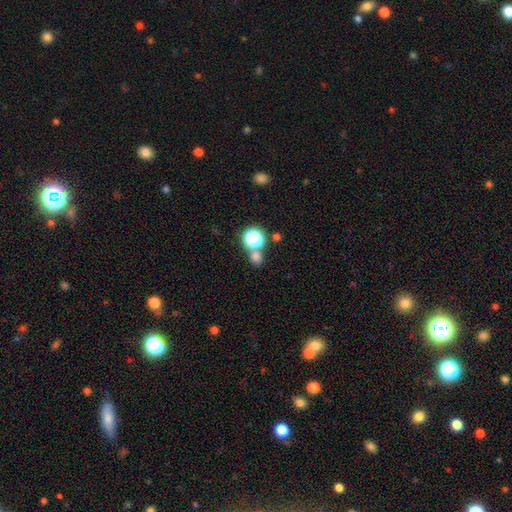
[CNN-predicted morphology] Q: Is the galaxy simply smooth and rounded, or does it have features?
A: smooth — 69%.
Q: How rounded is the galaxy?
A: round — 78%.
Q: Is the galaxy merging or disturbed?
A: none — 61%.